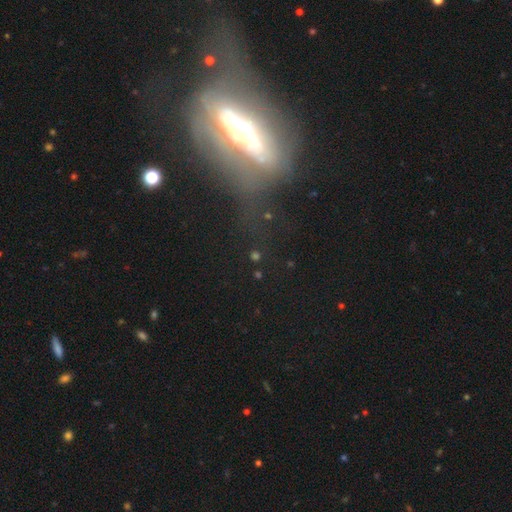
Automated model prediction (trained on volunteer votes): Q: Smooth or featured?
A: star or artifact (50%); runner-up: smooth (33%)